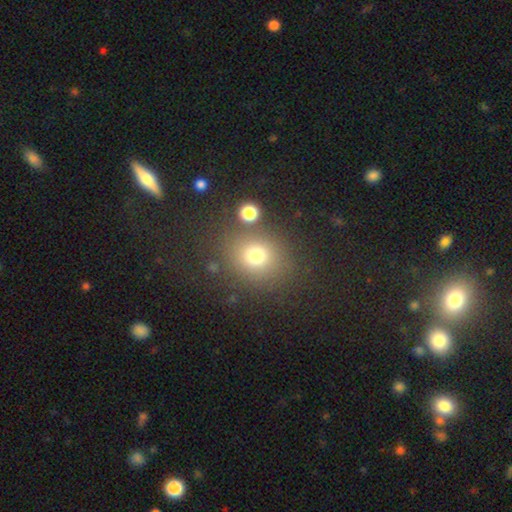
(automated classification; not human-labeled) Smooth or featured: smooth — 73% (star or artifact — 17%)
How rounded: round — 73% (in between — 26%)
Merging: none — 78% (minor disturbance — 11%)